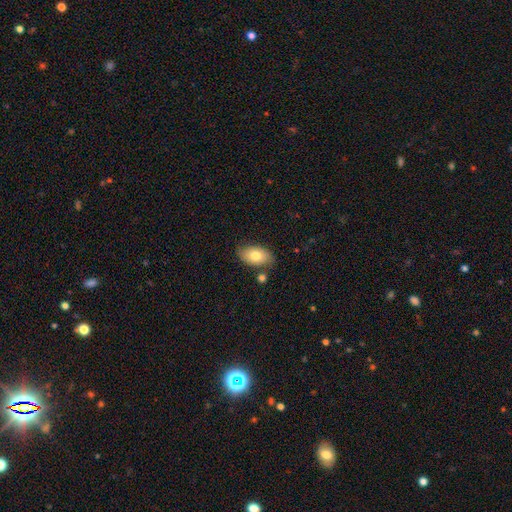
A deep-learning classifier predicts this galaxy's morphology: A smooth galaxy with no disk features (75%) that is in between round and cigar-shaped (92%).

Vote fractions:
- Smooth or featured? smooth: 75% / featured or disk: 18% / star or artifact: 7%
- How rounded? in between: 92% / round: 7% / cigar-shaped: 2%
- Merging? none: 73% / minor disturbance: 16% / merger: 6% / major disturbance: 4%